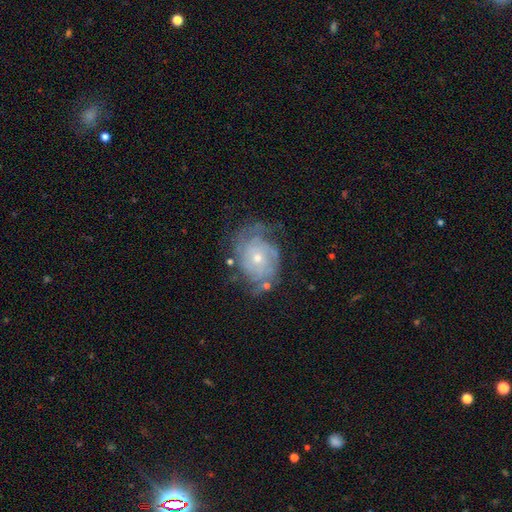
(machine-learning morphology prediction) This is likely a featured or disk galaxy (79%). It is clearly not viewed edge-on (97%). Bar: likely no (77%). Spiral arm pattern: clearly yes (93%). Spiral arm count: marginally can't tell (39%). Spiral winding: likely tight (68%). Central bulge: likely small (61%). Merging: likely none (69%).